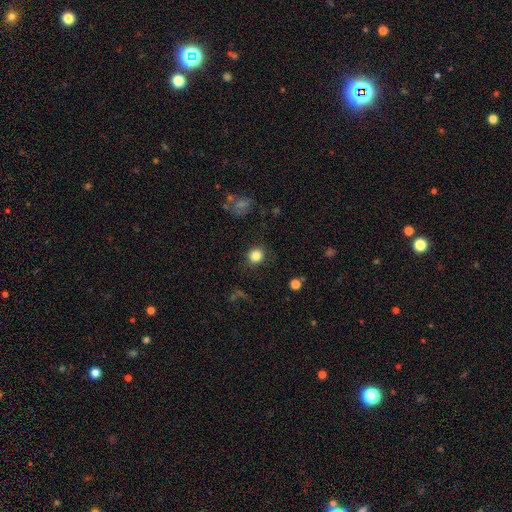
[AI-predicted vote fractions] A smooth galaxy with no disk features (84%) that is round (88%).

Vote fractions:
- Smooth or featured? smooth: 84% / star or artifact: 11% / featured or disk: 5%
- How rounded? round: 88% / in between: 11% / cigar-shaped: 1%
- Merging? none: 86% / minor disturbance: 9% / major disturbance: 4% / merger: 2%